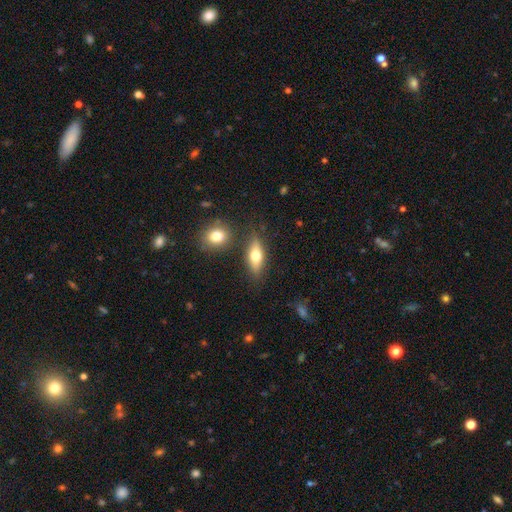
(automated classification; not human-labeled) Overall: smooth (62%; featured or disk 31%). How rounded: in between (66%; cigar-shaped 29%). Merging: none (78%).